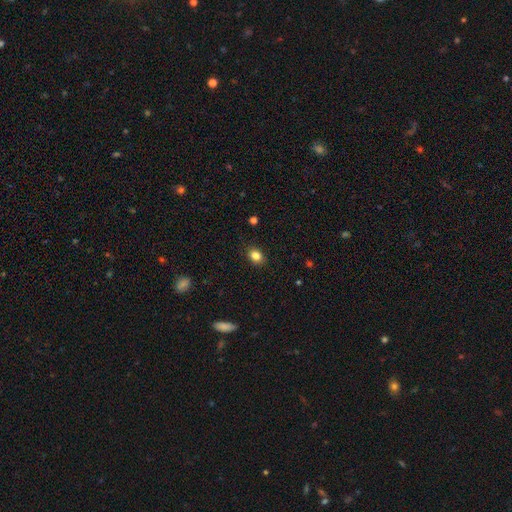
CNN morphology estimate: A smooth galaxy with no disk features (83%) that is in between round and cigar-shaped (61%).

Vote fractions:
- Smooth or featured? smooth: 83% / star or artifact: 11% / featured or disk: 6%
- How rounded? in between: 61% / round: 37% / cigar-shaped: 1%
- Merging? none: 87% / minor disturbance: 9% / major disturbance: 2% / merger: 1%